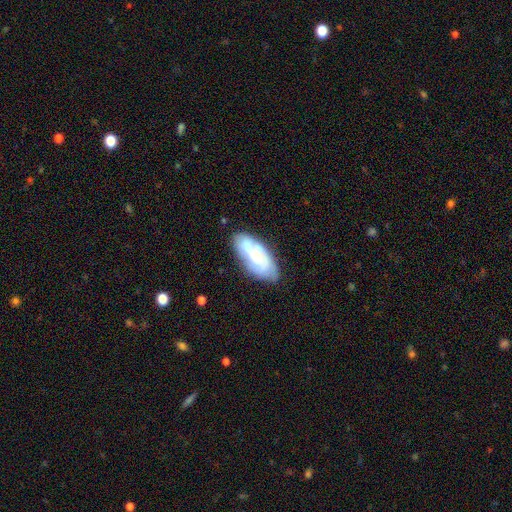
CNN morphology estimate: smooth-or-featured: featured or disk: 53% | smooth: 40% | star or artifact: 7%
  disk-edge-on: no: 90% | yes: 10%
  merging: none: 65% | minor disturbance: 23% | major disturbance: 6% | merger: 6%